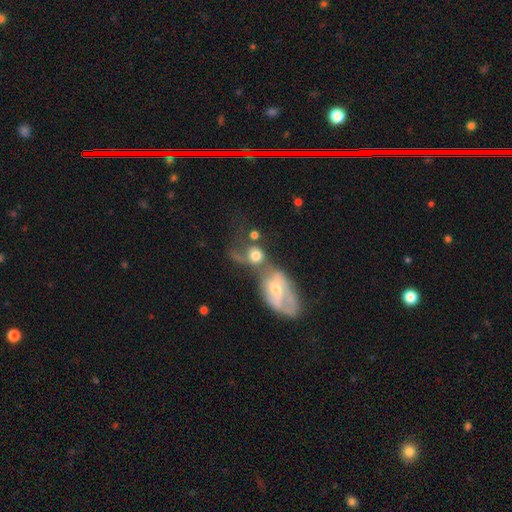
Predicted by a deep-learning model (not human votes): smooth_or_featured: smooth (p=0.55) [alt: featured or disk p=0.35]
how_rounded: round (p=0.61) [alt: in between p=0.37]
merging: merger (p=0.64) [alt: none p=0.16]